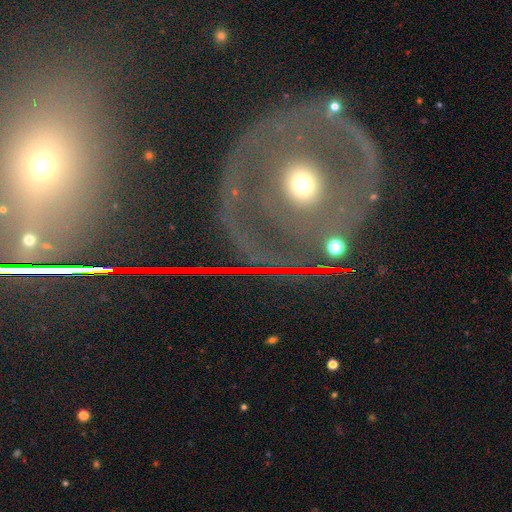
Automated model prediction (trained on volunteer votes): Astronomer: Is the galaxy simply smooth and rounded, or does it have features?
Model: featured or disk — 67%.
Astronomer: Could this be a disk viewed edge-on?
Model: no — 91%.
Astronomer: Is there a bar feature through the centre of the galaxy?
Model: no — 71%.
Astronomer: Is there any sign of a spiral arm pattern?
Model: yes — 51% (runner-up: no, 49%).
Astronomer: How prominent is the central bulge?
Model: moderate — 65%.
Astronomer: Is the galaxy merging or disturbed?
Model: none — 76%.